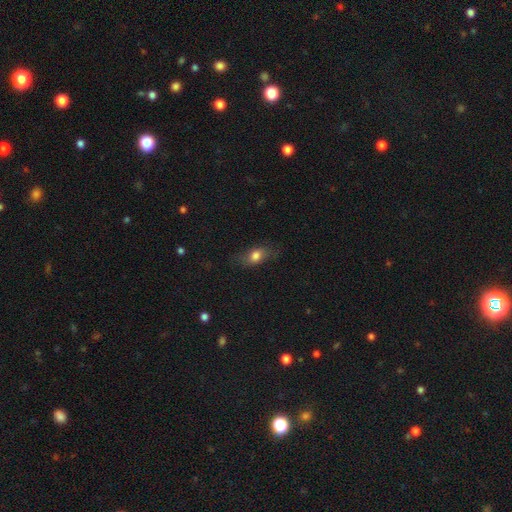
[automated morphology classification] smooth 73%, featured or disk 17%, star or artifact 10%. Down the decision tree: how rounded — in between (75%); merging — none (72%).